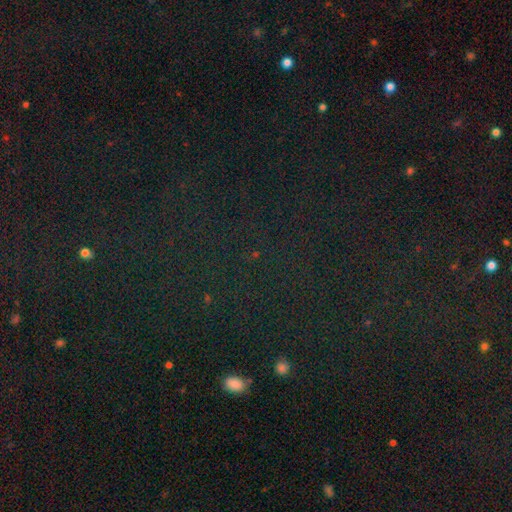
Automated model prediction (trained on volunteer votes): Q: Smooth or featured?
A: star or artifact (77%); runner-up: smooth (14%)